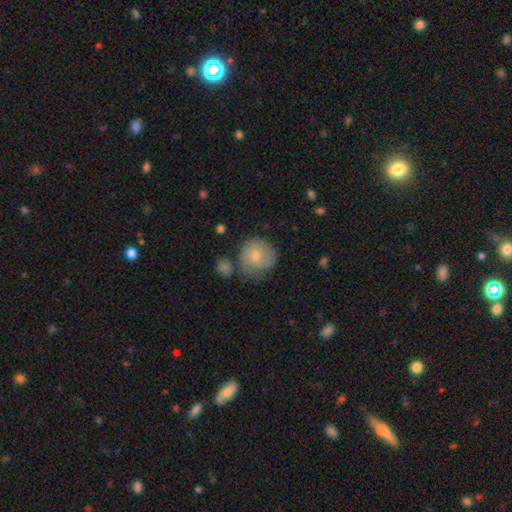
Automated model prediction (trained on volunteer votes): This appears to be a smooth galaxy with no disk features (75%) that is round (88%). Merging: none (59%).